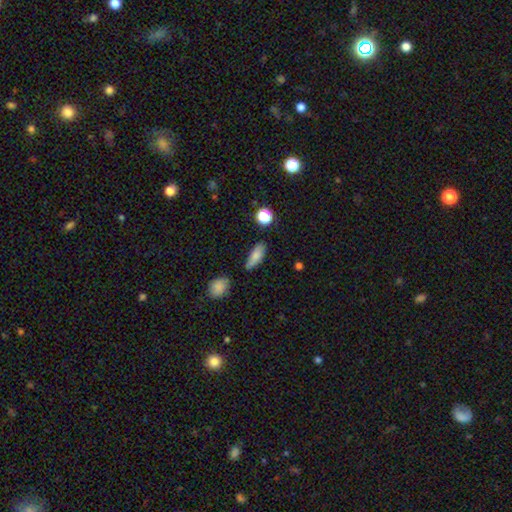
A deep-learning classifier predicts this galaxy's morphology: Q: Smooth or featured?
A: smooth (80%); runner-up: featured or disk (11%)
Q: How rounded?
A: in between (68%); runner-up: cigar-shaped (28%)
Q: Merging?
A: none (70%); runner-up: minor disturbance (21%)